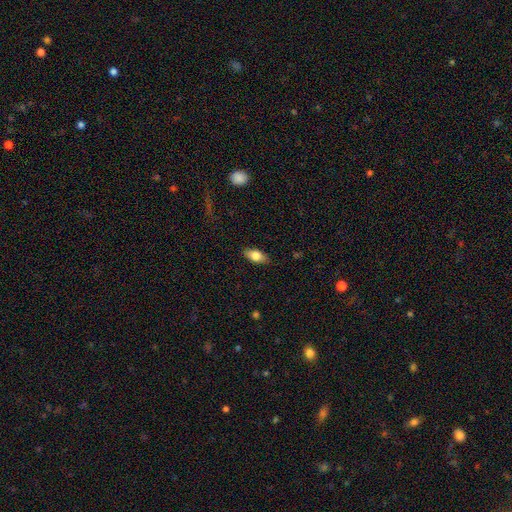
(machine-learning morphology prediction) A smooth galaxy with no disk features (77%) that is in between round and cigar-shaped (88%). Merging: none (86%).